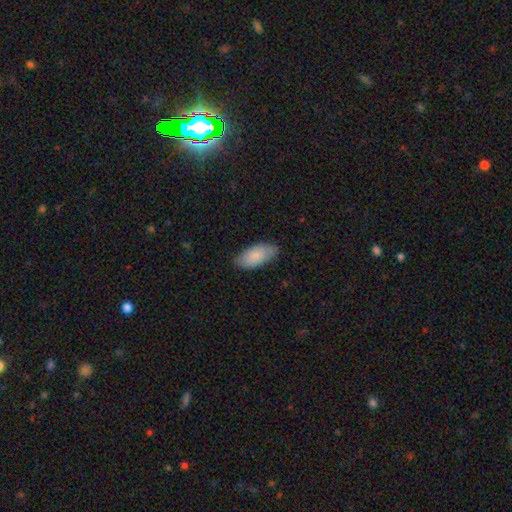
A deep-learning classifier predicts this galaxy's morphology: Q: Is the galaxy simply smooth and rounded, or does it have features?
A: smooth — 83%.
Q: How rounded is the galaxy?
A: in between — 92%.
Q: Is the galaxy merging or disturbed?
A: none — 79%.